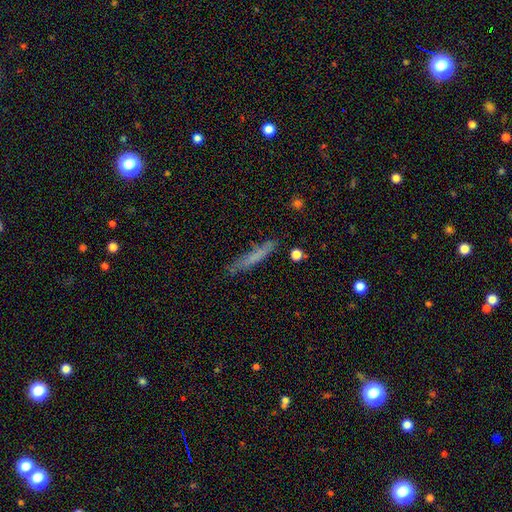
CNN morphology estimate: type=smooth (66%); roundness=cigar-shaped (92%); merging=none (75%).